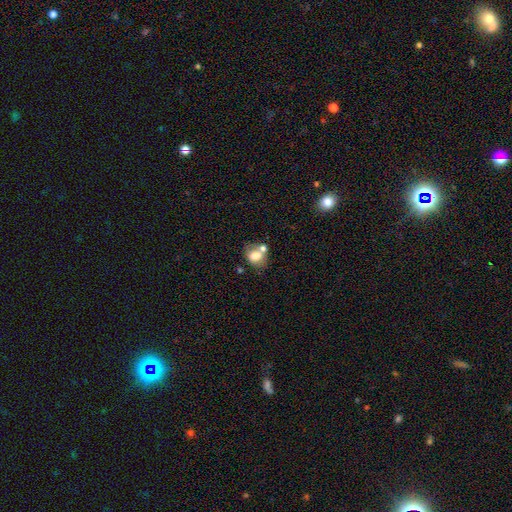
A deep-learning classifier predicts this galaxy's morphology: A smooth galaxy with no disk features (72%) that is in between round and cigar-shaped (57%).

Vote fractions:
- Smooth or featured? smooth: 72% / featured or disk: 18% / star or artifact: 10%
- How rounded? in between: 57% / round: 42% / cigar-shaped: 1%
- Merging? merger: 38% / none: 37% / minor disturbance: 16% / major disturbance: 9%